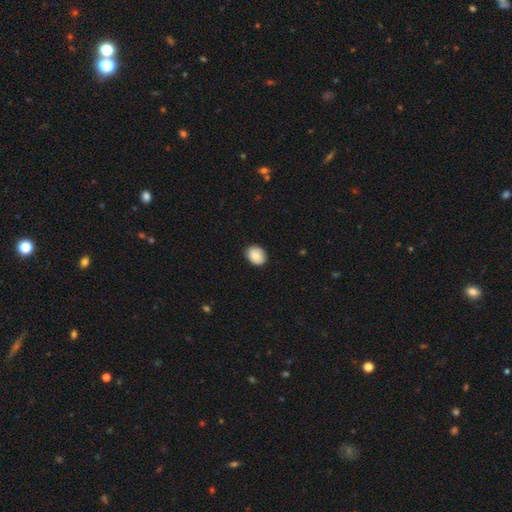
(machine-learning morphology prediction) Smooth or featured?
  - smooth: 84% *
  - featured or disk: 9%
  - star or artifact: 7%
How rounded?
  - in between: 54% *
  - round: 45%
  - cigar-shaped: 1%
Merging?
  - none: 85% *
  - minor disturbance: 12%
  - major disturbance: 2%
  - merger: 1%